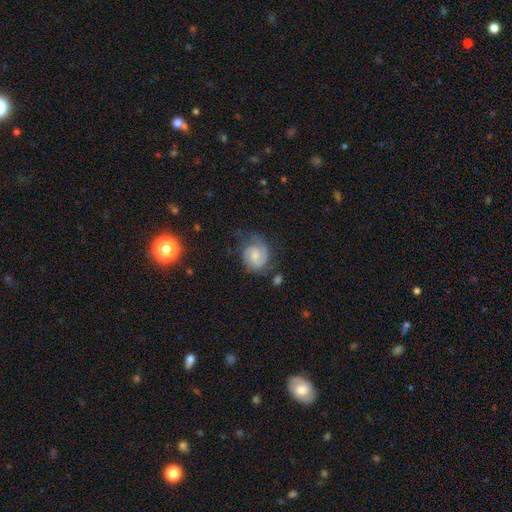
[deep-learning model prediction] Smooth or featured?
  - featured or disk: 75% *
  - smooth: 18%
  - star or artifact: 7%
Edge-on disk?
  - no: 98% *
  - yes: 2%
Bar?
  - no: 58% *
  - weak: 37%
  - strong: 5%
Spiral arms?
  - yes: 95% *
  - no: 5%
Spiral winding?
  - tight: 49% *
  - medium: 39%
  - loose: 12%
Spiral arm count?
  - 2: 67% *
  - 1: 13%
  - can't tell: 11%
  - 3: 6%
  - 4: 2%
  - more than 4: 2%
Bulge size?
  - small: 47% *
  - moderate: 38%
  - none: 10%
  - large: 4%
  - dominant: 1%
Merging?
  - none: 61% *
  - minor disturbance: 23%
  - major disturbance: 13%
  - merger: 2%